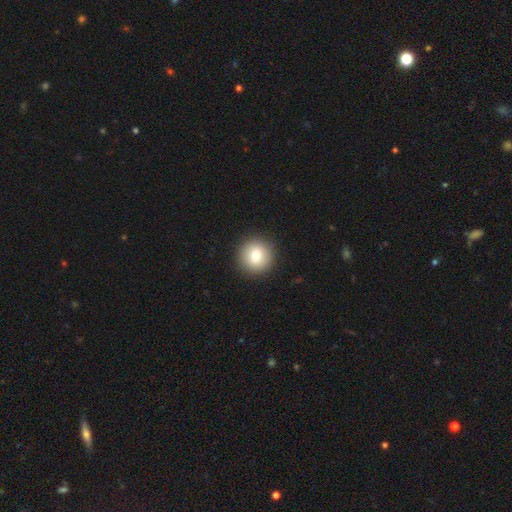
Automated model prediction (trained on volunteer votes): Overall: smooth (79%). How rounded: round (94%). Merging: none (92%).